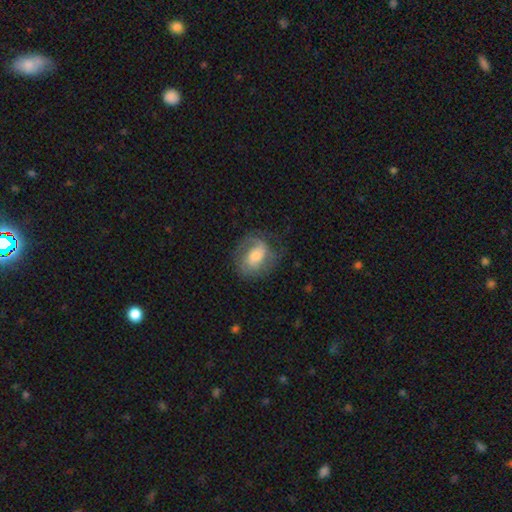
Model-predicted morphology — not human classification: Smooth or featured: featured or disk — 58% (smooth — 35%)
Edge-on disk: no — 96% (yes — 4%)
Bar: no — 42% (tied with weak — 42%)
Spiral arms: yes — 85% (no — 15%)
Bulge size: moderate — 52% (small — 23%)
Merging: none — 61% (minor disturbance — 22%)